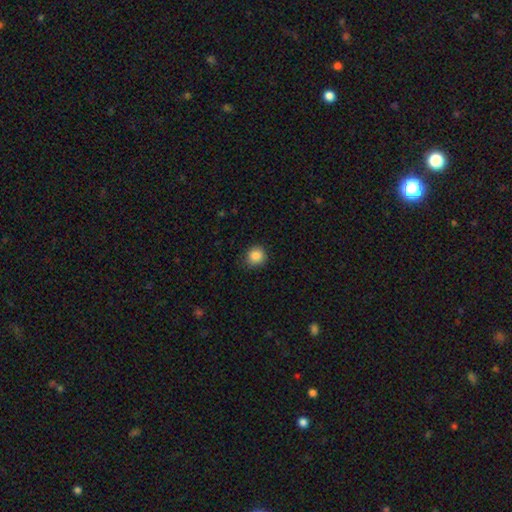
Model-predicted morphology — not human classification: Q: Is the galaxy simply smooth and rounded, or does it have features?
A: smooth — 86%.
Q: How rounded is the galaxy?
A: round — 87%.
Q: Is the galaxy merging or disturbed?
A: none — 85%.